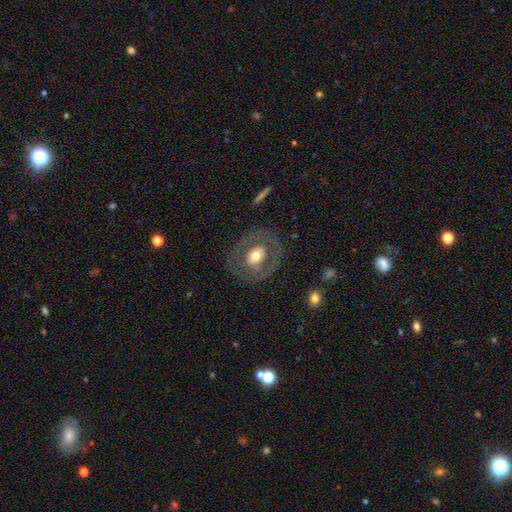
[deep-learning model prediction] Morphology: type=featured or disk (51%); edge-on=no (93%); merging=none (78%).